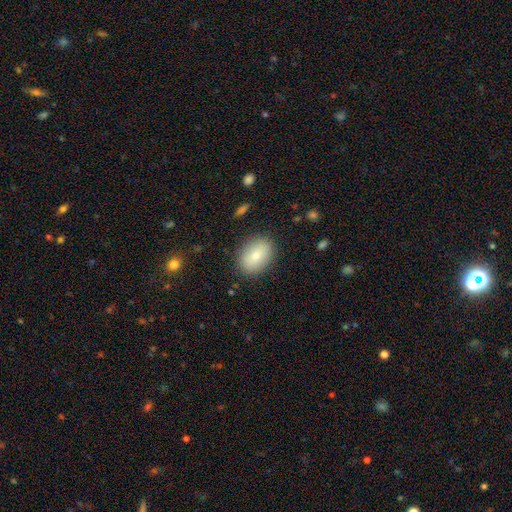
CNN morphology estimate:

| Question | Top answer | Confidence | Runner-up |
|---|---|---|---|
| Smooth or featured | smooth | 81% | featured or disk (11%) |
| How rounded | in between | 82% | round (16%) |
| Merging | none | 85% | minor disturbance (10%) |